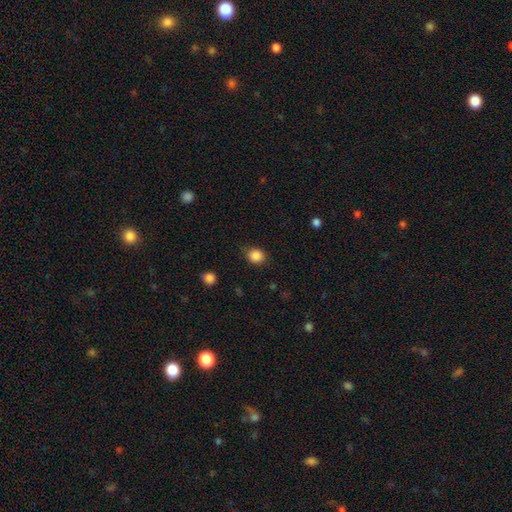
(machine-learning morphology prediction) The model was most divided on "how rounded": round: 70%, in between: 29%, cigar-shaped: 1%. More confident: smooth or featured — smooth (87%); merging — none (83%).